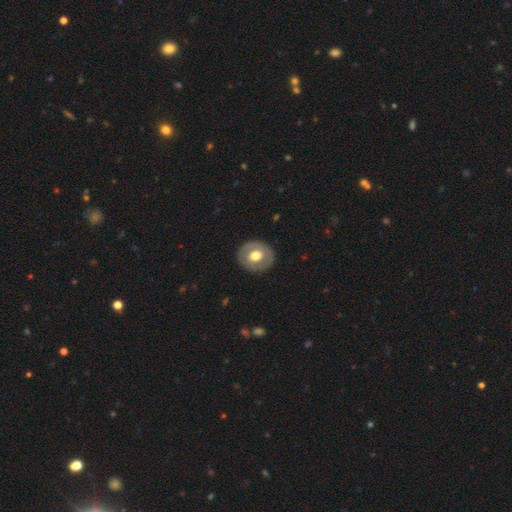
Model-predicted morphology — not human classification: smooth 55%, featured or disk 39%, star or artifact 6%. Down the decision tree: how rounded — round (76%); merging — none (87%).